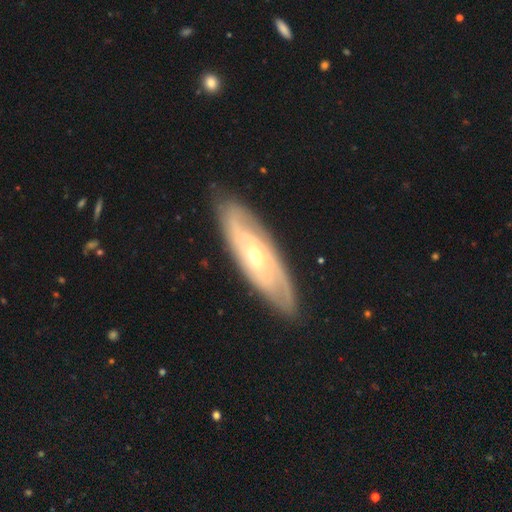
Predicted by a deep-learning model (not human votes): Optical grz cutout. It shows a featured or disk galaxy (79%) with no bar (63%), tight (59%) spiral arms (89%) and a small central bulge (60%). Merging: none (84%).